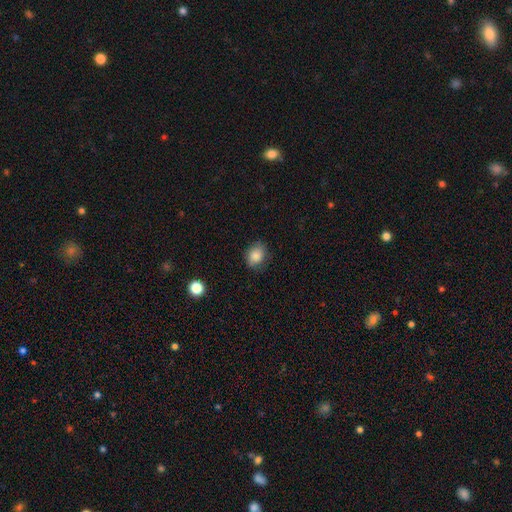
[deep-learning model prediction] Smooth or featured?
  - smooth: 85% *
  - star or artifact: 9%
  - featured or disk: 6%
How rounded?
  - in between: 50% *
  - round: 49%
  - cigar-shaped: 1%
Merging?
  - none: 76% *
  - minor disturbance: 18%
  - major disturbance: 4%
  - merger: 1%